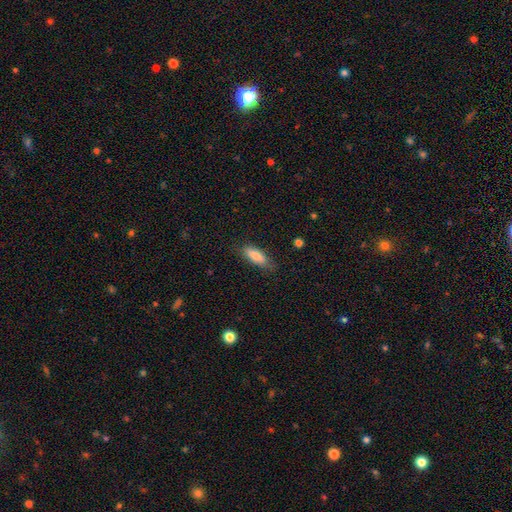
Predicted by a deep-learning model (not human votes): Overall: smooth (83%). How rounded: in between (58%; cigar-shaped 40%). Merging: none (78%).